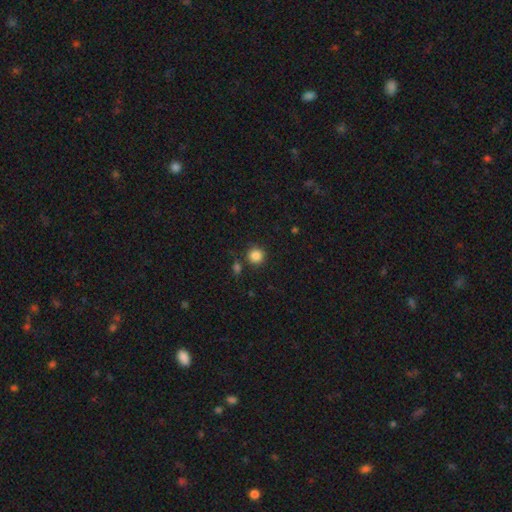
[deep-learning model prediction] Smooth or featured? smooth (86%)
How rounded? round (93%)
Merging? none (83%)